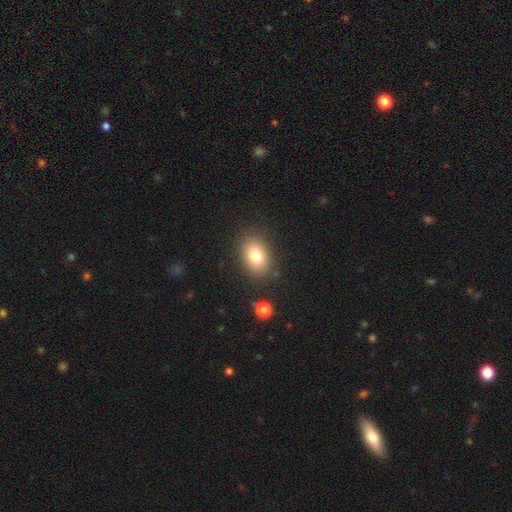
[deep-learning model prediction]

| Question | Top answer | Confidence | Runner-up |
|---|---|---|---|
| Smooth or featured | smooth | 80% | featured or disk (10%) |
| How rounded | in between | 82% | round (17%) |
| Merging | none | 84% | minor disturbance (10%) |